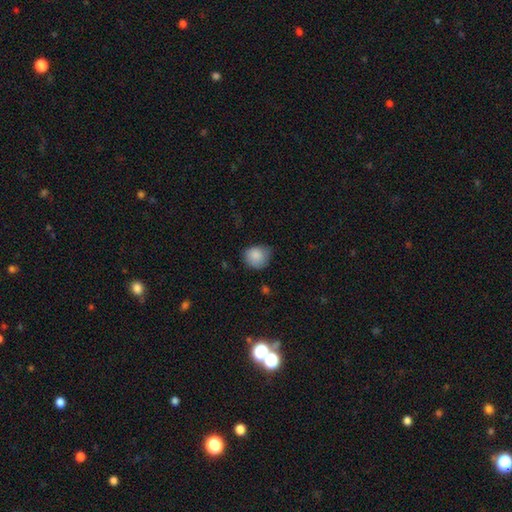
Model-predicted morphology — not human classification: Smooth or featured? smooth (87%)
How rounded? round (76%)
Merging? none (61%)